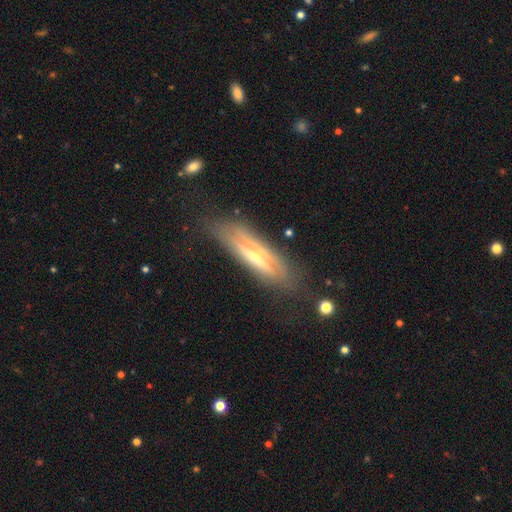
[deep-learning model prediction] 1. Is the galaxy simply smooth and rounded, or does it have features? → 69% featured or disk, 24% smooth, 7% star or artifact.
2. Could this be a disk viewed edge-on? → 83% yes, 17% no.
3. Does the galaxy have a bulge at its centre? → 67% rounded, 23% none, 10% boxy.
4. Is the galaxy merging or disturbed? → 73% none, 18% minor disturbance, 7% major disturbance, 2% merger.